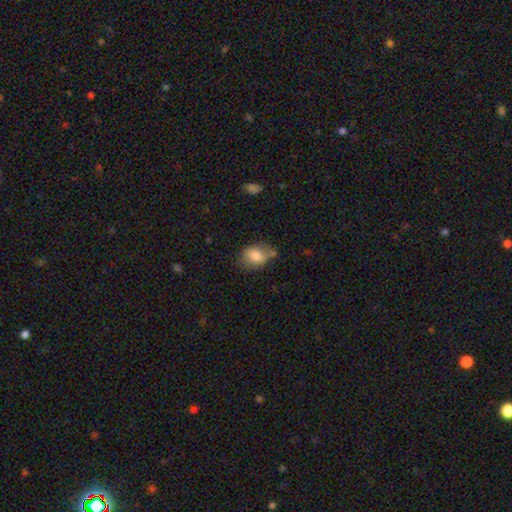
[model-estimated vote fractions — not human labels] The model was most divided on "merging": none: 54%, minor disturbance: 29%, merger: 10%, major disturbance: 8%. More confident: smooth or featured — smooth (79%); how rounded — in between (69%).